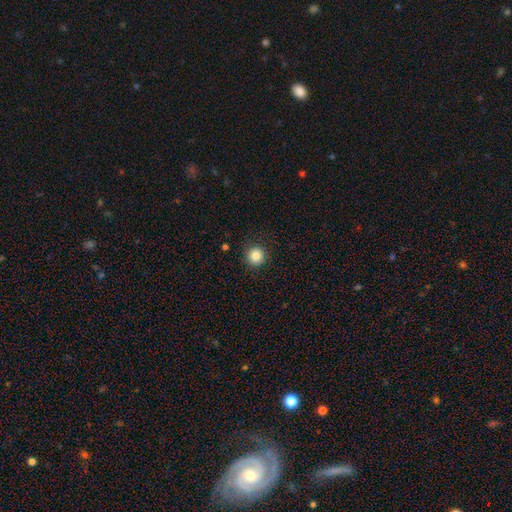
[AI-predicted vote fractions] A smooth galaxy with no disk features (84%) that is round (95%).

Vote fractions:
- Smooth or featured? smooth: 84% / star or artifact: 11% / featured or disk: 5%
- How rounded? round: 95% / in between: 4% / cigar-shaped: 1%
- Merging? none: 91% / minor disturbance: 6% / major disturbance: 2% / merger: 1%